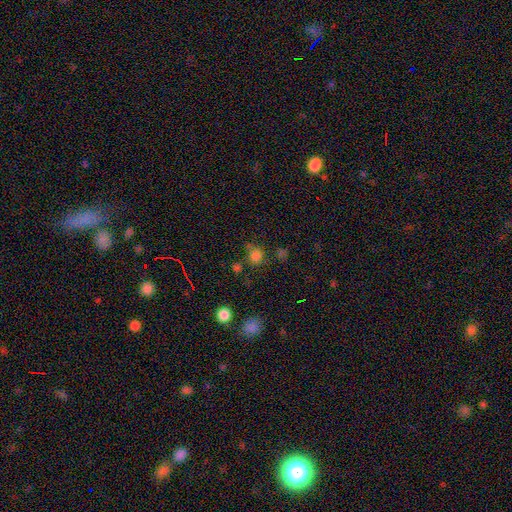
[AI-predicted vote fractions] Smooth or featured: smooth — 73% (star or artifact — 20%)
How rounded: round — 84% (in between — 15%)
Merging: none — 67% (minor disturbance — 16%)